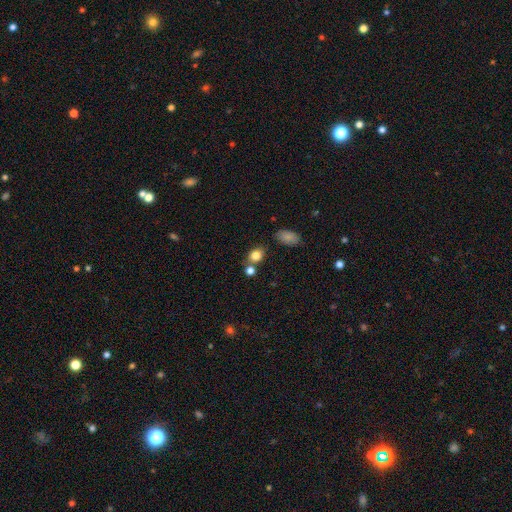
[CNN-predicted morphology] This is clearly a smooth galaxy (82%). How rounded: possibly in between (51%). Merging: likely none (65%).